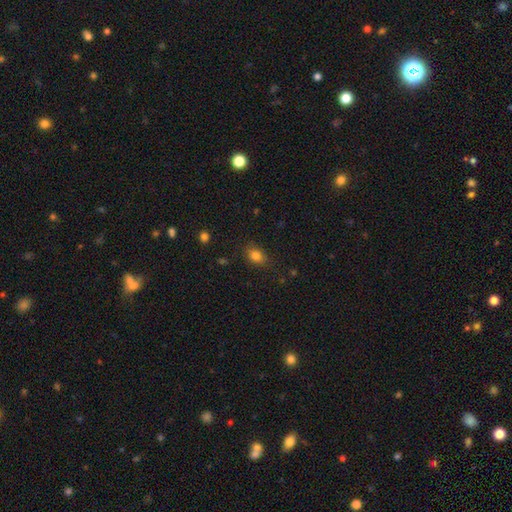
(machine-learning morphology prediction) Smooth or featured? smooth (82%)
How rounded? in between (66%)
Merging? none (77%)